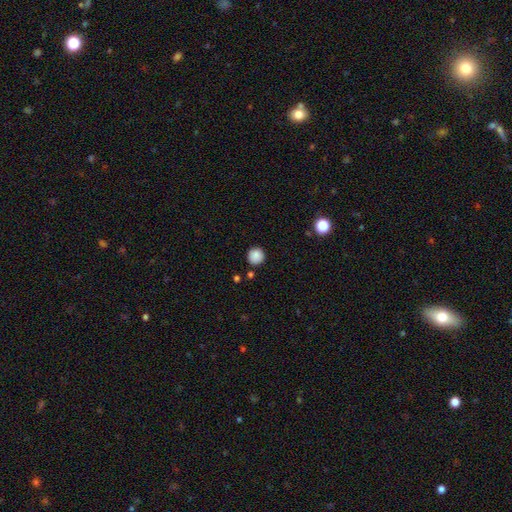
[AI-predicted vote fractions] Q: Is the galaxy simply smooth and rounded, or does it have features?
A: smooth — 86%.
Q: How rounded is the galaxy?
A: round — 94%.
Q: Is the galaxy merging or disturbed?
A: none — 88%.